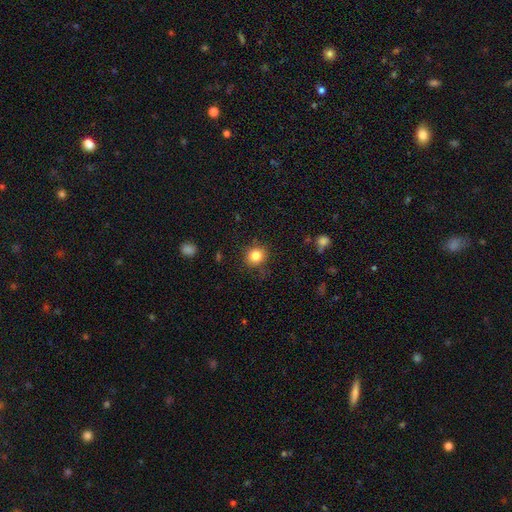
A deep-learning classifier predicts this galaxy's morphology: A smooth galaxy with no disk features (83%) that is round (84%). Merging: none (84%).